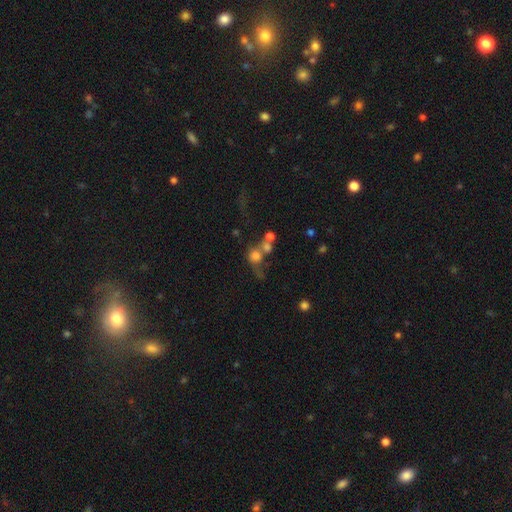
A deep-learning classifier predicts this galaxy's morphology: This is likely a smooth galaxy (66%). How rounded: clearly round (81%). Merging: possibly merger (47%).